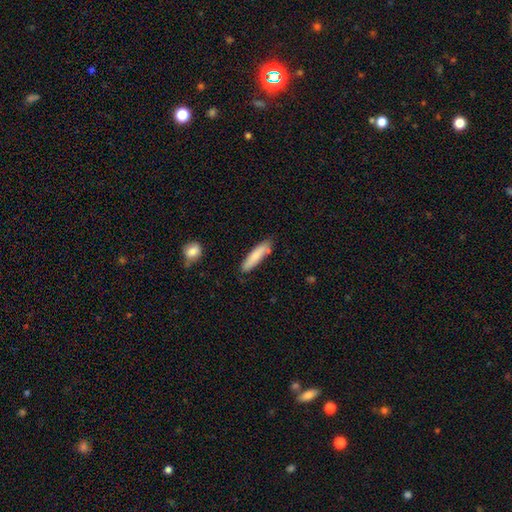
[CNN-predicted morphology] A smooth galaxy with no disk features (81%) that is cigar-shaped (78%).

Vote fractions:
- Smooth or featured? smooth: 81% / featured or disk: 13% / star or artifact: 6%
- How rounded? cigar-shaped: 78% / in between: 20% / round: 1%
- Merging? none: 80% / minor disturbance: 14% / merger: 4% / major disturbance: 2%